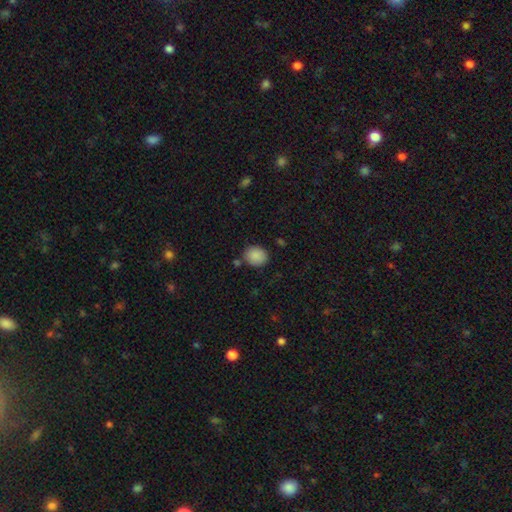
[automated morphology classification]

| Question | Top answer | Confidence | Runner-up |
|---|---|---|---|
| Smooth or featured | smooth | 88% | star or artifact (8%) |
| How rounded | round | 66% | in between (33%) |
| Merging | none | 79% | minor disturbance (12%) |